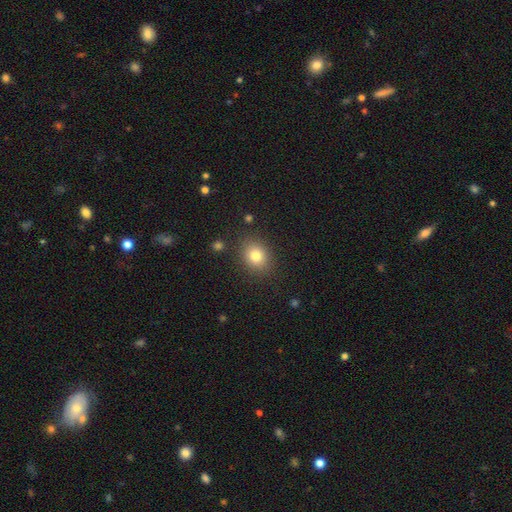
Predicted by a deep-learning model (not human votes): smooth 80%, star or artifact 11%, featured or disk 8%. Down the decision tree: how rounded — round (55%); merging — none (85%).